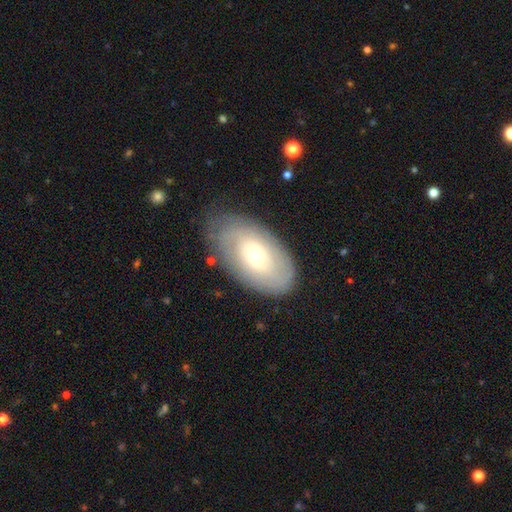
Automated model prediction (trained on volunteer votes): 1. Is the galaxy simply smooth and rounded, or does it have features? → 50% featured or disk, 43% smooth, 7% star or artifact.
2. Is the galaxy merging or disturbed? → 76% none, 17% minor disturbance, 6% major disturbance, 1% merger.